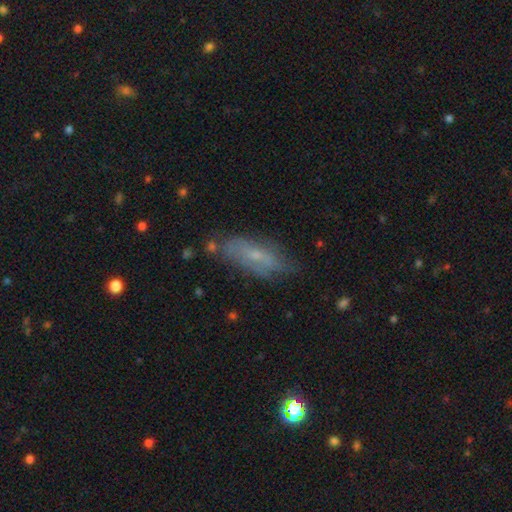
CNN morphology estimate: smooth-or-featured: smooth: 47% | featured or disk: 44% | star or artifact: 9%
  merging: none: 66% | minor disturbance: 23% | major disturbance: 7% | merger: 4%